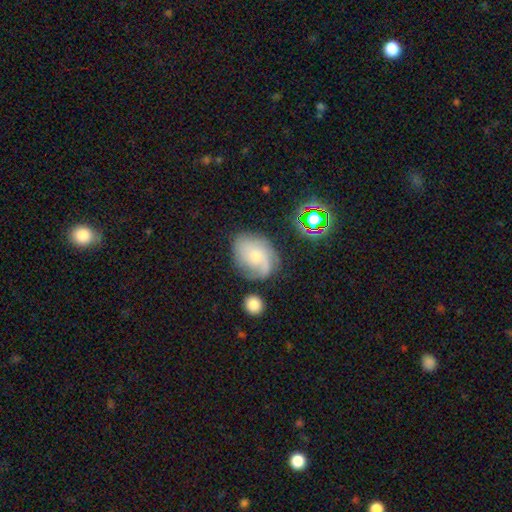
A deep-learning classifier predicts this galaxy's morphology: Smooth or featured?
  - featured or disk: 57% *
  - smooth: 32%
  - star or artifact: 11%
Edge-on disk?
  - no: 96% *
  - yes: 4%
Bar?
  - no: 73% *
  - weak: 23%
  - strong: 4%
Spiral arms?
  - yes: 87% *
  - no: 13%
Bulge size?
  - small: 59% *
  - moderate: 35%
  - none: 3%
  - large: 2%
  - dominant: 1%
Merging?
  - none: 58% *
  - minor disturbance: 25%
  - major disturbance: 12%
  - merger: 5%